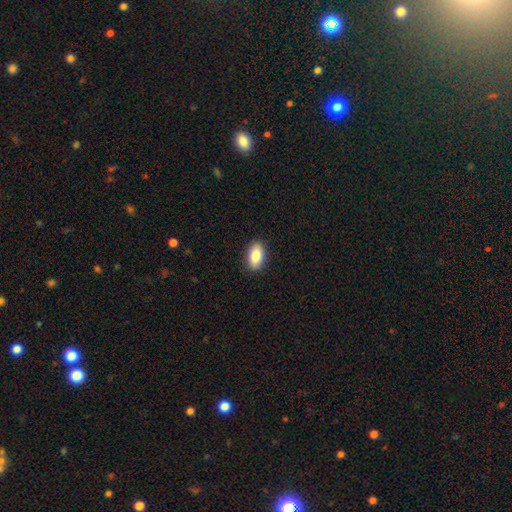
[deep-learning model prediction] A smooth galaxy with no disk features (85%) that is in between round and cigar-shaped (91%). Merging: none (89%).